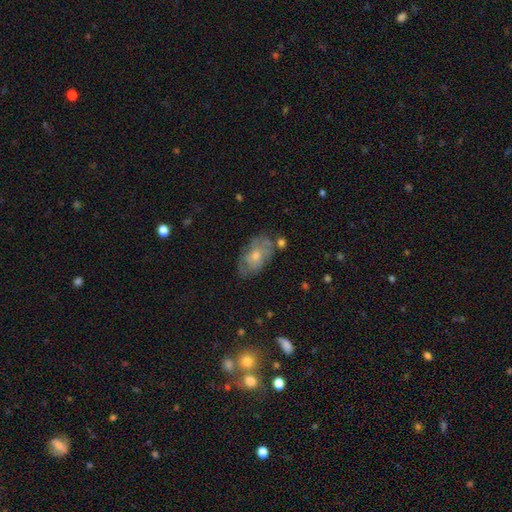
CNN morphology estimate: This appears to be a featured or disk galaxy (50%). Merging: none (67%).